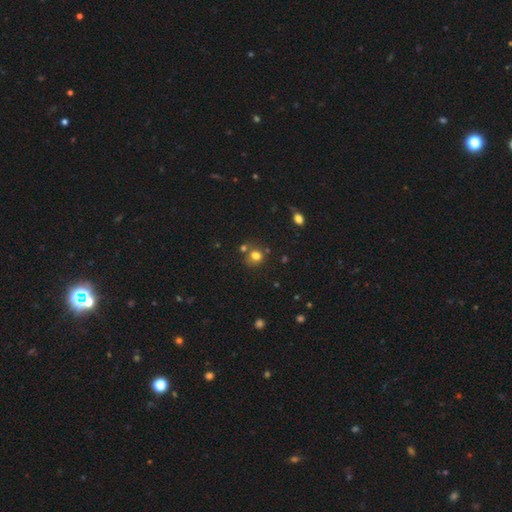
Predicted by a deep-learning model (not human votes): Smooth or featured? Predicted: smooth (p=0.75). How rounded? Predicted: round (p=0.81). Merging? Predicted: none (p=0.65).